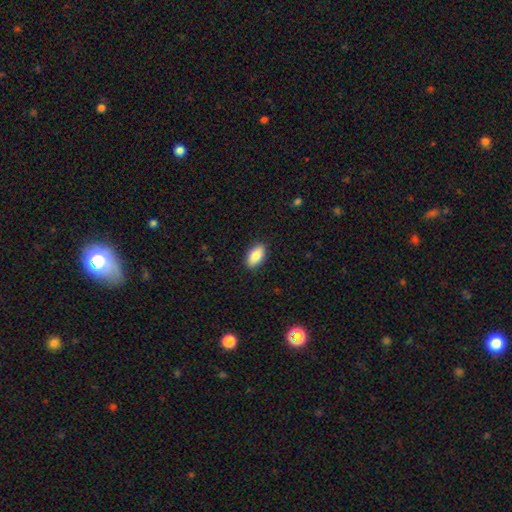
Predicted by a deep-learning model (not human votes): smooth 84%, featured or disk 9%, star or artifact 7%. Down the decision tree: how rounded — in between (91%); merging — none (89%).